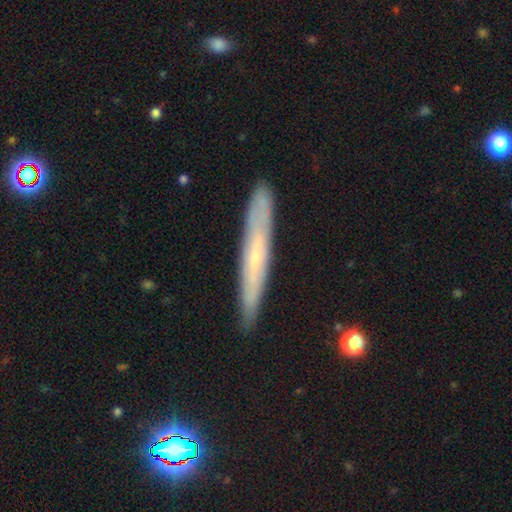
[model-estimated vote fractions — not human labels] smooth_or_featured: featured or disk (p=0.55) [alt: smooth p=0.38]
disk_edge_on: yes (p=0.83) [alt: no p=0.17]
merging: none (p=0.87) [alt: minor disturbance p=0.10]